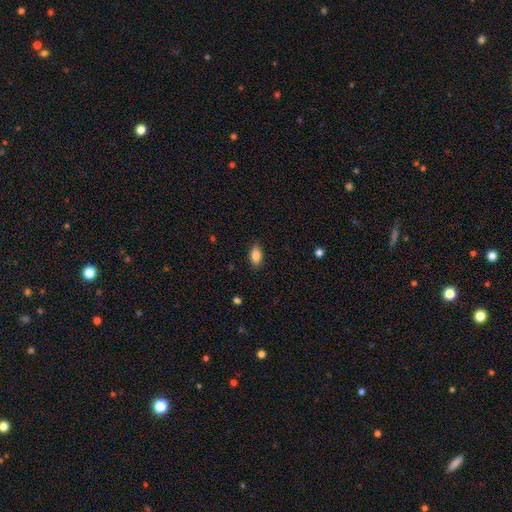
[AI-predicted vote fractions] Smooth or featured: smooth — 85% (star or artifact — 8%)
How rounded: in between — 90% (round — 6%)
Merging: none — 87% (minor disturbance — 10%)